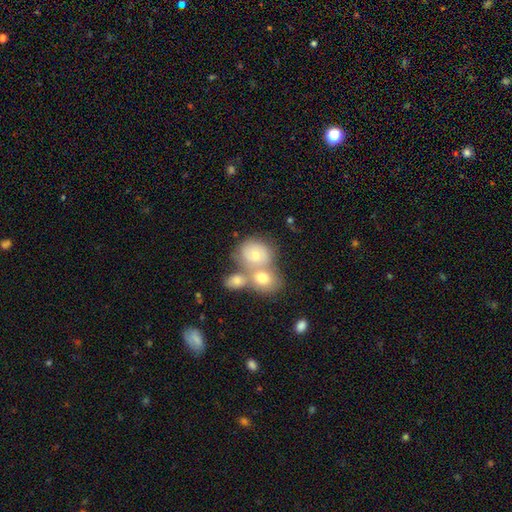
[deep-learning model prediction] Smooth or featured? smooth (53%)
How rounded? round (67%)
Merging? merger (54%)